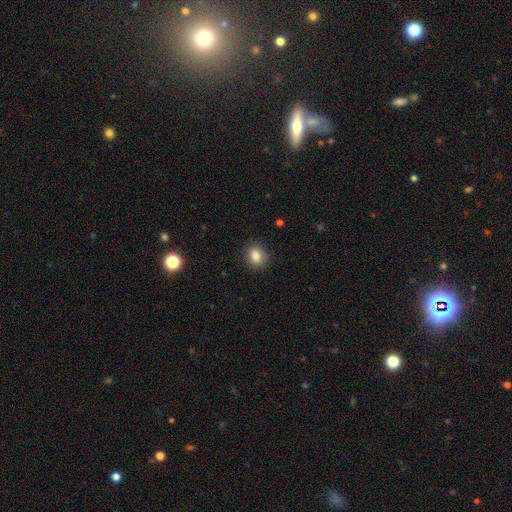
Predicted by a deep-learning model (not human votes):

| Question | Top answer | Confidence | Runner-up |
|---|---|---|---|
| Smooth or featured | smooth | 84% | star or artifact (9%) |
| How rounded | in between | 50% | round (48%) |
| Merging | none | 85% | minor disturbance (11%) |